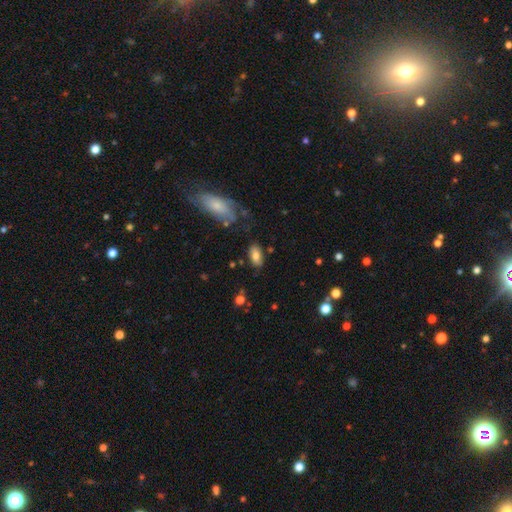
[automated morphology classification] type=smooth (77%); roundness=in between (91%); merging=none (77%).